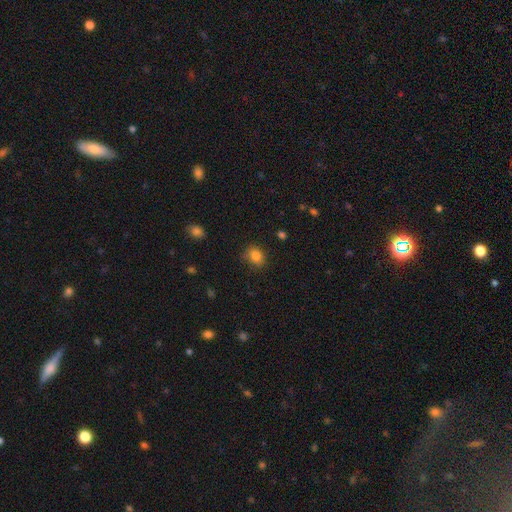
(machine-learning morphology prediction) smooth 82%, star or artifact 11%, featured or disk 6%. Down the decision tree: how rounded — round (59%); merging — none (78%).